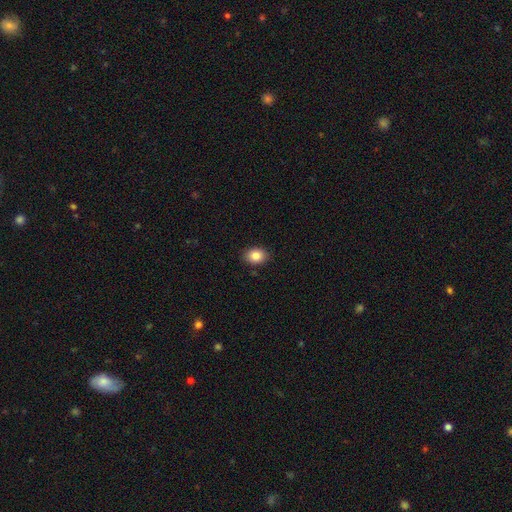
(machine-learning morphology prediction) Overall: smooth (85%). How rounded: in between (69%; round 30%). Merging: none (89%).